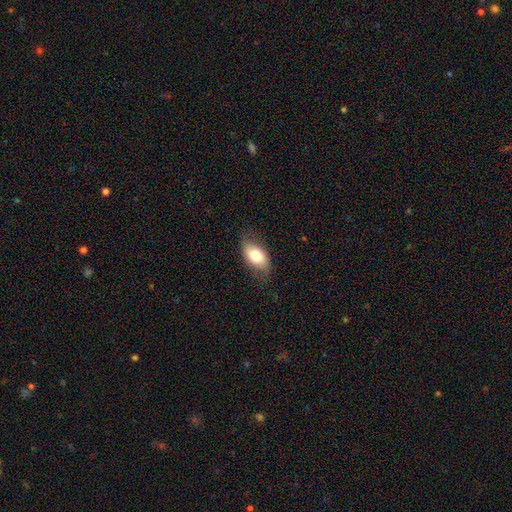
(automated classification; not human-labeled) The model was most divided on "smooth or featured": smooth: 71%, featured or disk: 22%, star or artifact: 6%. More confident: how rounded — in between (92%); merging — none (72%).